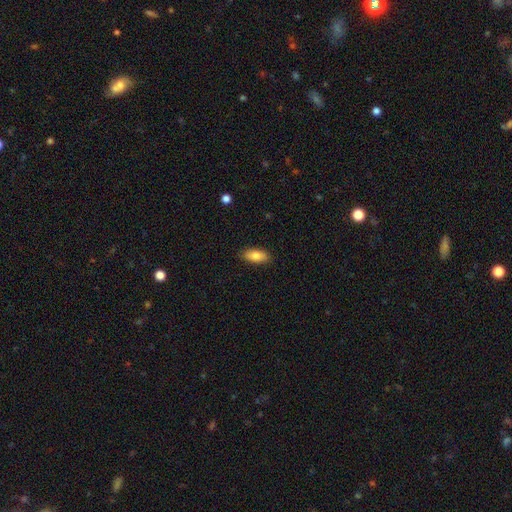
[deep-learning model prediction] Morphology: type=smooth (83%); roundness=in between (88%); merging=none (88%).